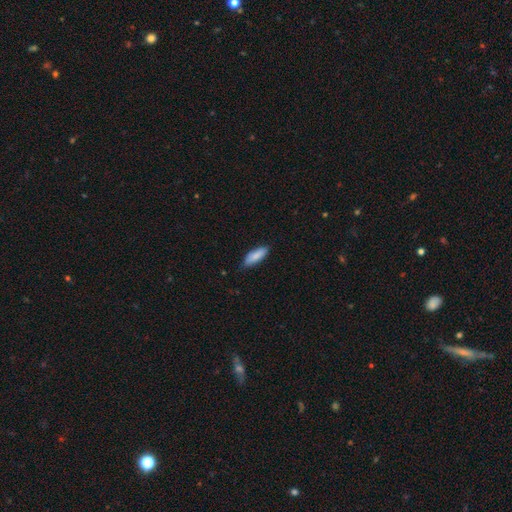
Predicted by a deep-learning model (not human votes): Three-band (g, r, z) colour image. It shows a smooth galaxy with no disk features (86%) that is in between round and cigar-shaped (64%). Merging: none (81%).